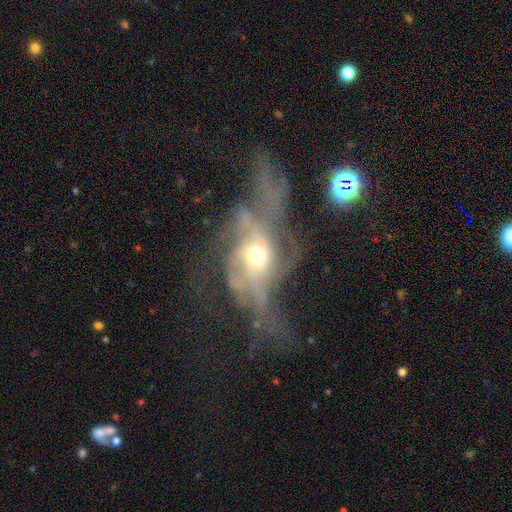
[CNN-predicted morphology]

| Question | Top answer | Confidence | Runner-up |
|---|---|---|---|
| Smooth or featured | featured or disk | 73% | smooth (17%) |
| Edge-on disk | no | 90% | yes (10%) |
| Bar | no | 73% | weak (19%) |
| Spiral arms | yes | 56% | no (44%) |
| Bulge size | moderate | 64% | small (23%) |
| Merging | major disturbance | 58% | none (16%) |